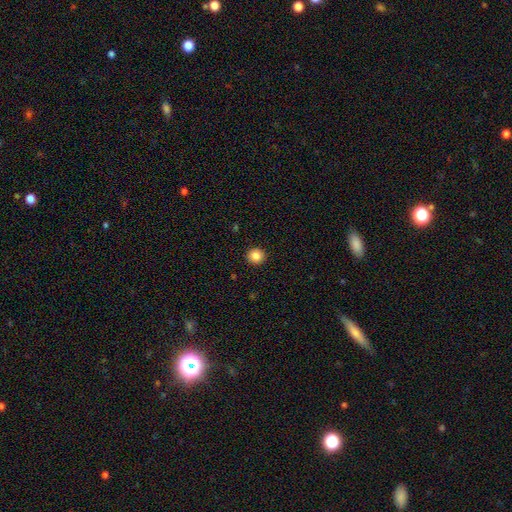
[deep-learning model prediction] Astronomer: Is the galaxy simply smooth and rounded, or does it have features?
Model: smooth — 85%.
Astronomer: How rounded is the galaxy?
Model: round — 94%.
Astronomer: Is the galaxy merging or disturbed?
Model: none — 93%.